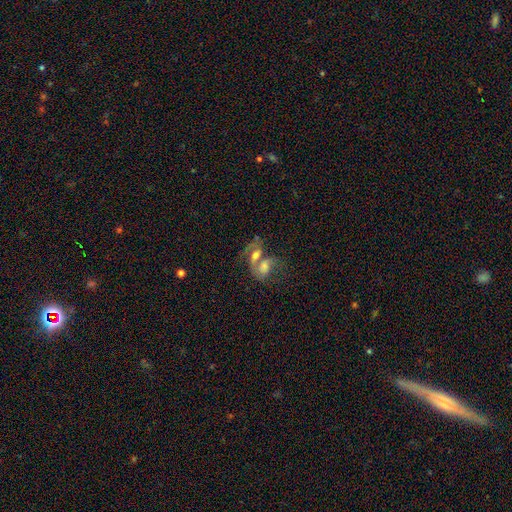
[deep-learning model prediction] smooth_or_featured: featured or disk (p=0.55) [alt: smooth p=0.35]
disk_edge_on: no (p=0.93) [alt: yes p=0.07]
bar: no (p=0.60) [alt: weak p=0.29]
has_spiral_arms: yes (p=0.69) [alt: no p=0.31]
bulge_size: moderate (p=0.50) [alt: small p=0.20]
merging: merger (p=0.73) [alt: none p=0.12]